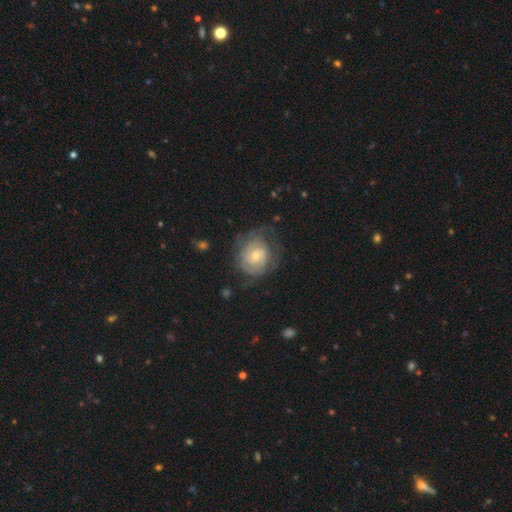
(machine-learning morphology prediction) Smooth or featured? Predicted: featured or disk (p=0.75). Edge-on disk? Predicted: no (p=0.98). Bar? Predicted: no (p=0.65). Spiral arms? Predicted: yes (p=0.89). Spiral winding? Predicted: tight (p=0.64). Spiral arm count? Predicted: can't tell (p=0.39). Bulge size? Predicted: small (p=0.49). Merging? Predicted: none (p=0.60).